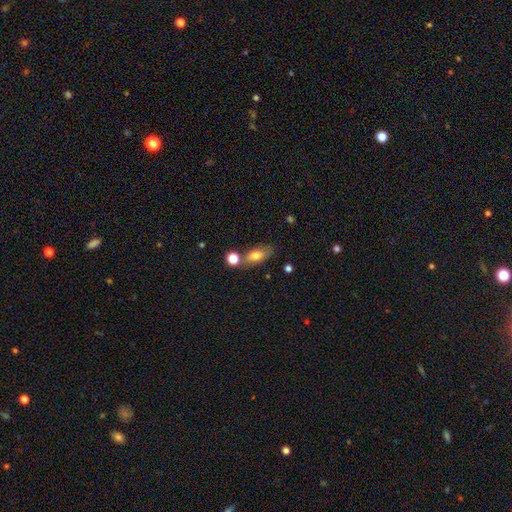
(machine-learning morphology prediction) This appears to be a smooth galaxy with no disk features (73%) that is in between round and cigar-shaped (76%). Merging: none (62%).